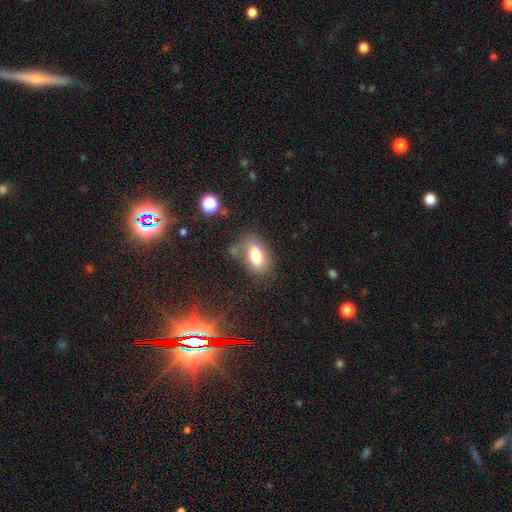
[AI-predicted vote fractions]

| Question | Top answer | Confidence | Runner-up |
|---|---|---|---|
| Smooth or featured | smooth | 74% | featured or disk (17%) |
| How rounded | in between | 88% | round (10%) |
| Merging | none | 57% | minor disturbance (24%) |